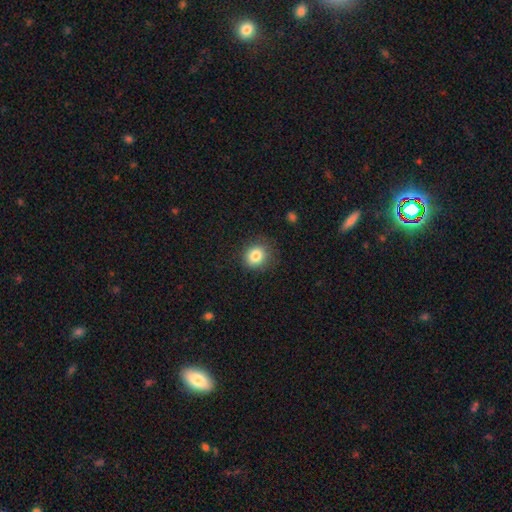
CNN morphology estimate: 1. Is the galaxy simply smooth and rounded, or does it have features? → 83% smooth, 10% star or artifact, 7% featured or disk.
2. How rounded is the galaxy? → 83% round, 17% in between, 1% cigar-shaped.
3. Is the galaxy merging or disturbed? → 84% none, 12% minor disturbance, 3% major disturbance, 1% merger.